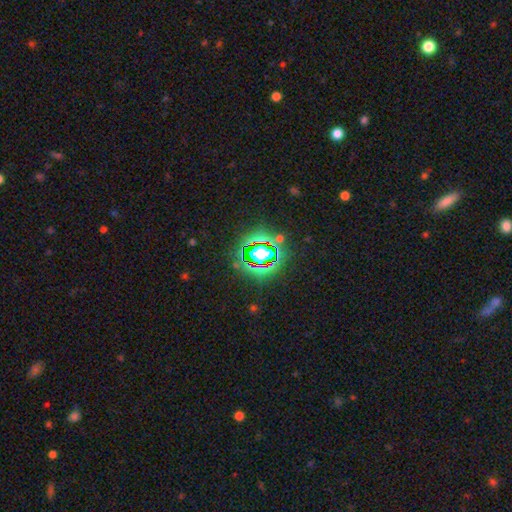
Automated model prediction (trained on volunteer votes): Smooth or featured: star or artifact — 80% (smooth — 12%)